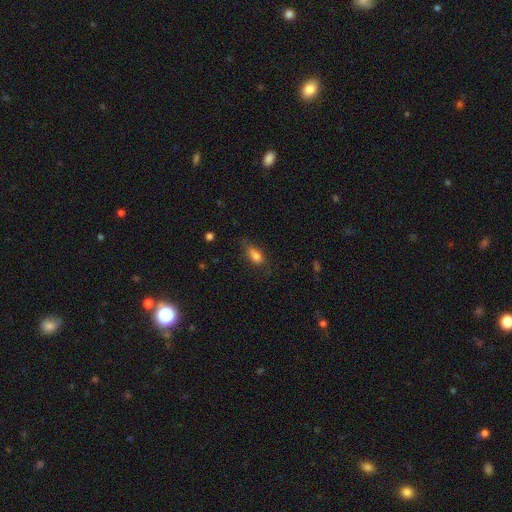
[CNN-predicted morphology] This is likely a smooth galaxy (76%). How rounded: likely in between (78%). Merging: possibly none (54%).